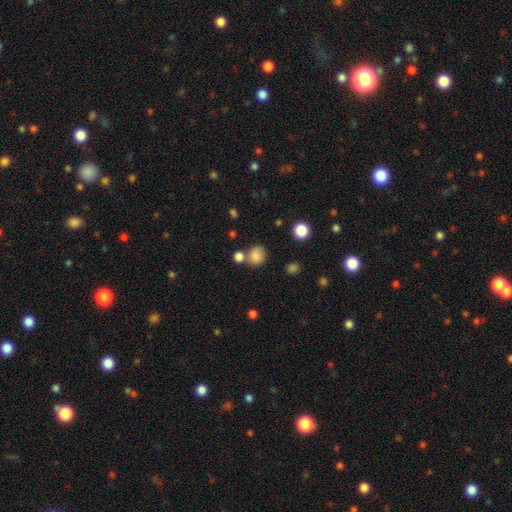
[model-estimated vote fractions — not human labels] The model was most divided on "merging": none: 58%, merger: 23%, minor disturbance: 13%, major disturbance: 5%. More confident: smooth or featured — smooth (82%); how rounded — round (74%).